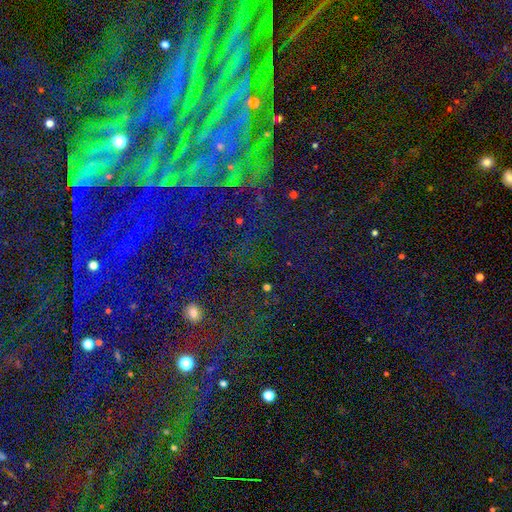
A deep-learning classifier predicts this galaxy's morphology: Q: Smooth or featured?
A: star or artifact (63%); runner-up: featured or disk (21%)